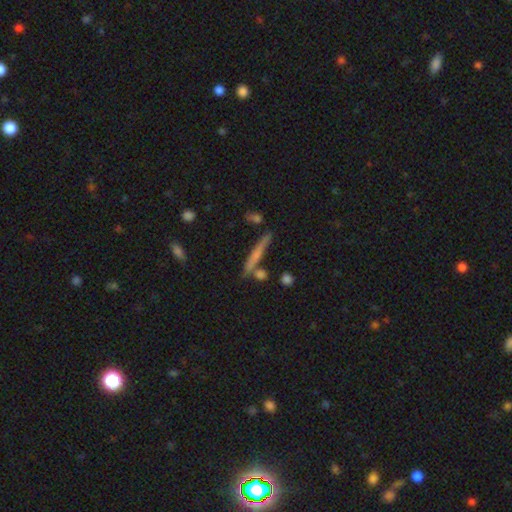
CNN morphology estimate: Q: Smooth or featured?
A: featured or disk (47%); runner-up: smooth (45%)
Q: Merging?
A: none (77%); runner-up: minor disturbance (11%)